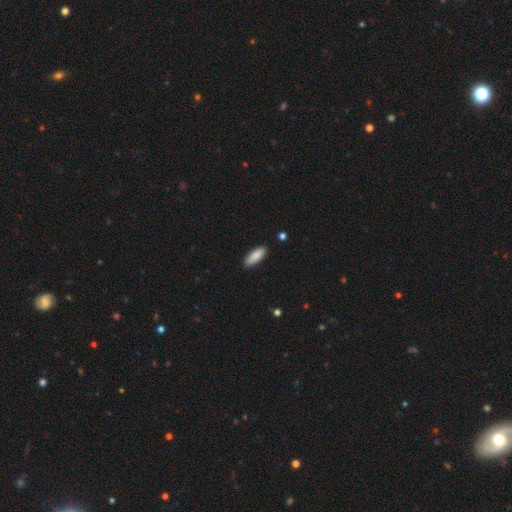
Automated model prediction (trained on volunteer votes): smooth-or-featured: smooth: 87% | featured or disk: 8% | star or artifact: 6%
  how-rounded: in between: 65% | cigar-shaped: 33% | round: 2%
  merging: none: 88% | minor disturbance: 9% | major disturbance: 2% | merger: 1%